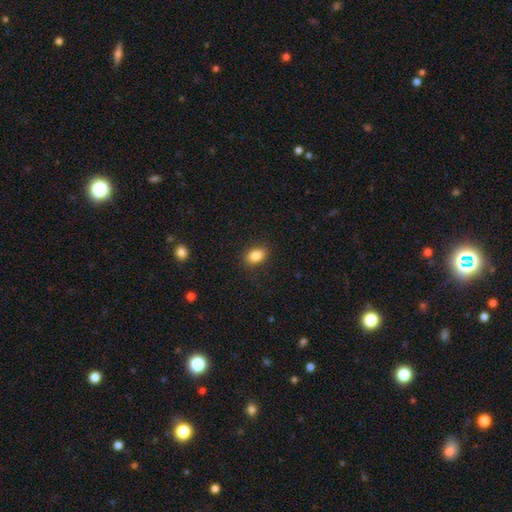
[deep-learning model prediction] The model was most divided on "how rounded": in between: 83%, round: 15%, cigar-shaped: 2%. More confident: merging — none (86%); smooth or featured — smooth (86%).